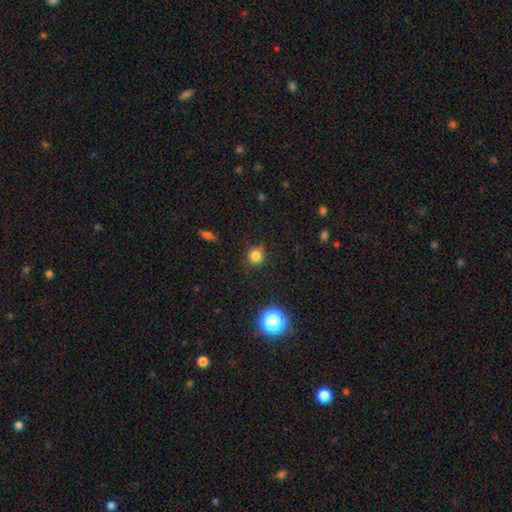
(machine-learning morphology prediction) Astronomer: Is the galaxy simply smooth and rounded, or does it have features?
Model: smooth — 80%.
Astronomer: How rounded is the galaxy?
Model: round — 91%.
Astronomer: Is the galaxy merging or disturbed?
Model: none — 84%.